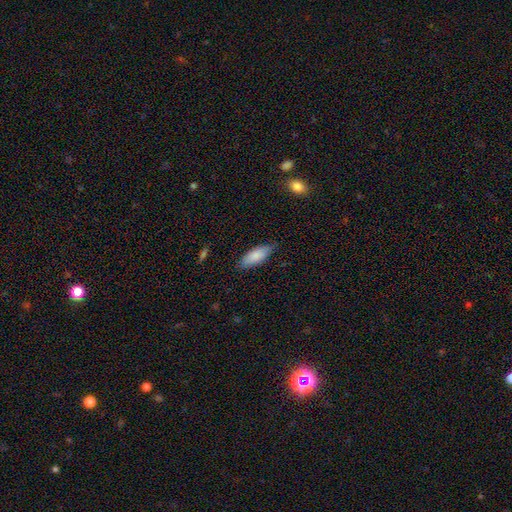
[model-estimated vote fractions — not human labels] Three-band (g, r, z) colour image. It shows a smooth galaxy with no disk features (84%) that is in between round and cigar-shaped (74%). Merging: none (80%).